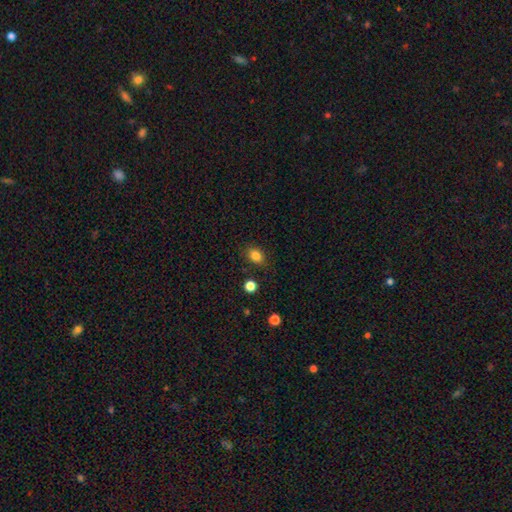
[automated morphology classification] Q: Smooth or featured?
A: smooth (84%); runner-up: star or artifact (11%)
Q: How rounded?
A: in between (67%); runner-up: round (31%)
Q: Merging?
A: none (83%); runner-up: minor disturbance (12%)